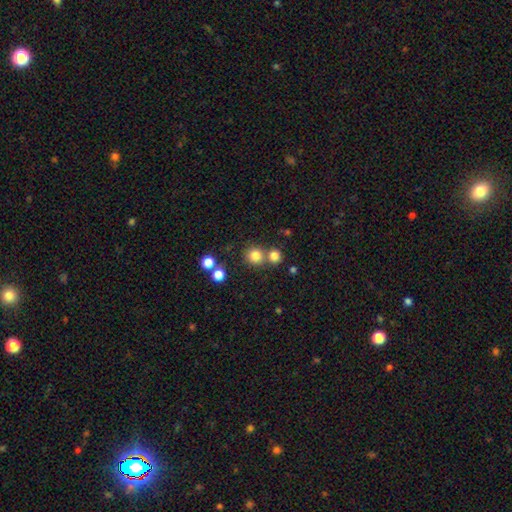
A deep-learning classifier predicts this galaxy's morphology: type=smooth (80%); roundness=round (90%); merging=none (66%).